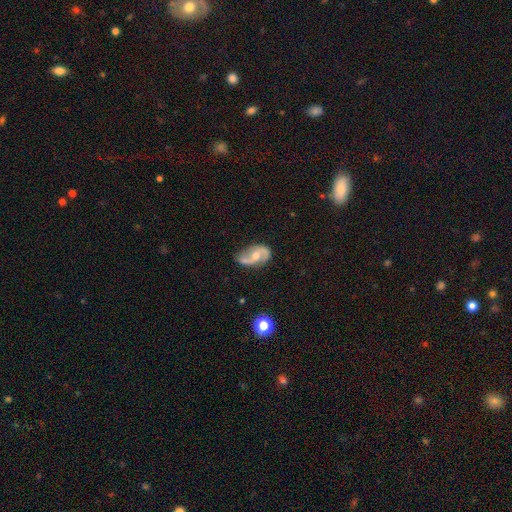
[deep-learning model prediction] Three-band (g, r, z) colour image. It shows a featured or disk galaxy (82%) with no bar (53%), 2 (90%) loose (50%) spiral arms (94%) and a moderate central bulge (60%). Merging: none (66%).